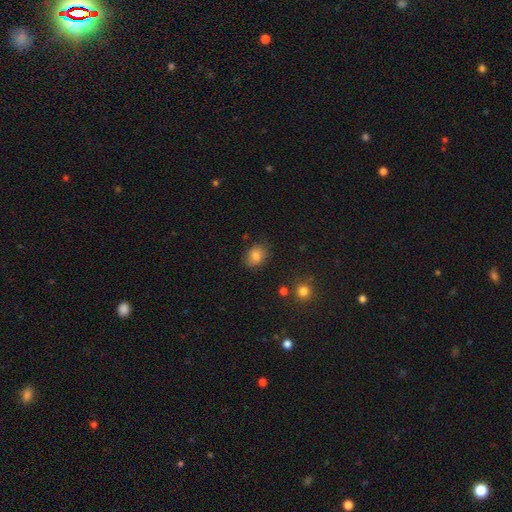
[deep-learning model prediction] Smooth or featured? smooth (83%)
How rounded? in between (63%)
Merging? none (77%)